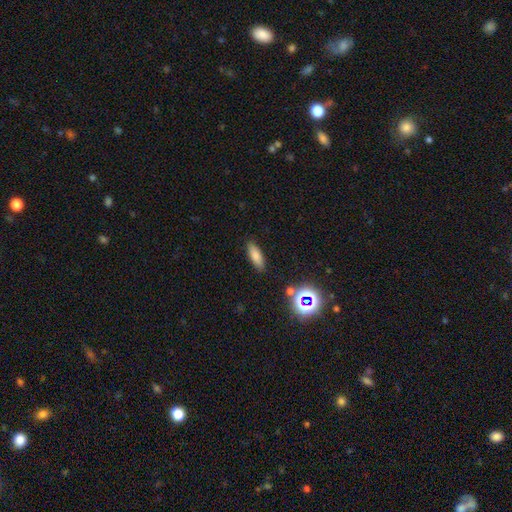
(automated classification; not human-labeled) A smooth galaxy with no disk features (76%) that is in between round and cigar-shaped (63%).

Vote fractions:
- Smooth or featured? smooth: 76% / star or artifact: 12% / featured or disk: 11%
- How rounded? in between: 63% / cigar-shaped: 33% / round: 4%
- Merging? none: 87% / minor disturbance: 9% / major disturbance: 2% / merger: 2%